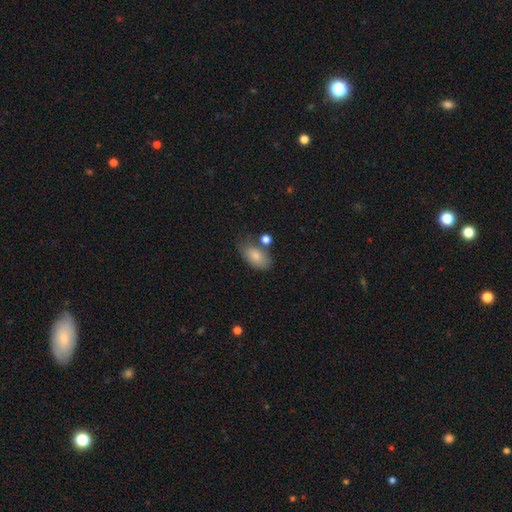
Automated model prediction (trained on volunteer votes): The model was most divided on "merging": none: 56%, minor disturbance: 24%, merger: 13%, major disturbance: 7%. More confident: how rounded — in between (93%); smooth or featured — smooth (82%).